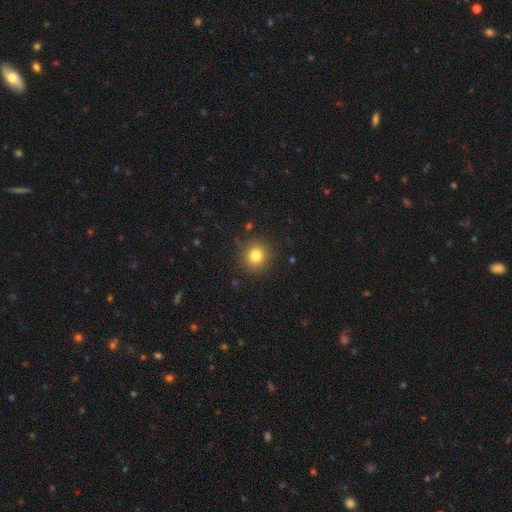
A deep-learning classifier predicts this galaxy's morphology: Smooth or featured? Predicted: smooth (p=0.81). How rounded? Predicted: round (p=0.89). Merging? Predicted: none (p=0.88).